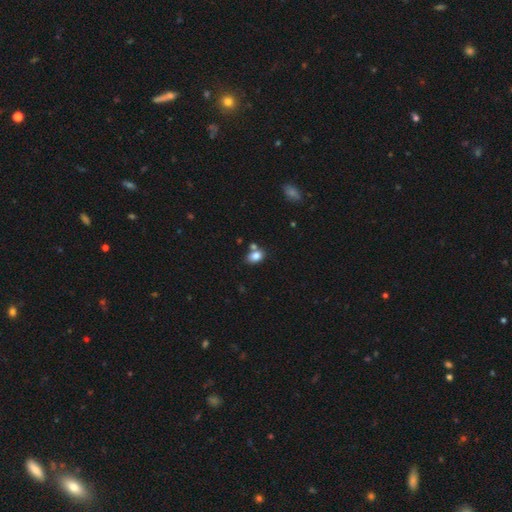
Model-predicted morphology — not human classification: A smooth galaxy with no disk features (83%) that is in between round and cigar-shaped (77%). Merging: none (60%).